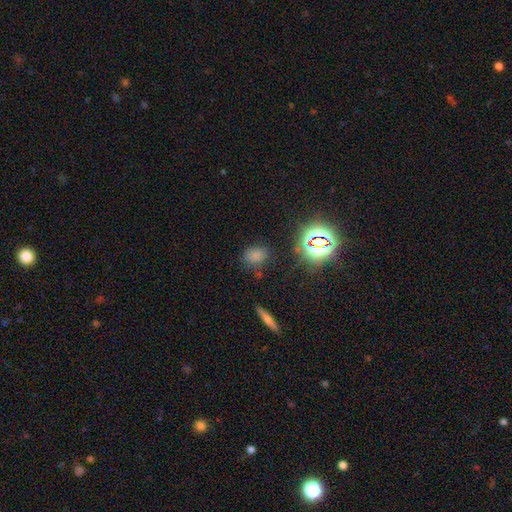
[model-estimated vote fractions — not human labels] Overall: smooth (66%). How rounded: in between (61%; round 37%). Merging: none (74%).